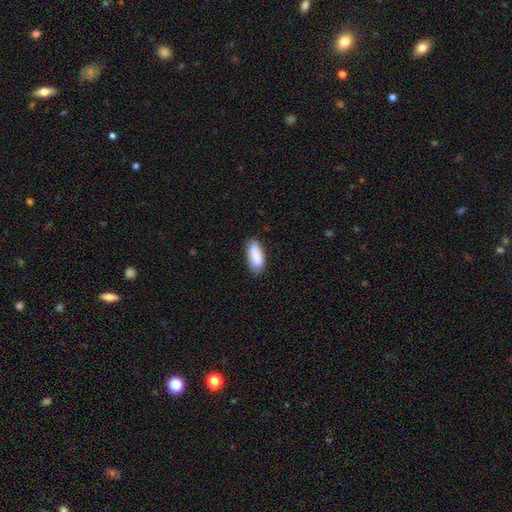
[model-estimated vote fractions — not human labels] smooth 88%, featured or disk 6%, star or artifact 6%. Down the decision tree: how rounded — in between (84%); merging — none (81%).